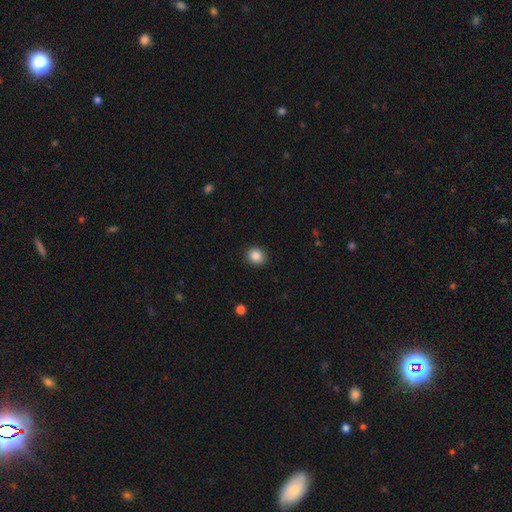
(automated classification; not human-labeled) This is clearly a smooth galaxy (86%). How rounded: likely round (74%). Merging: clearly none (90%).